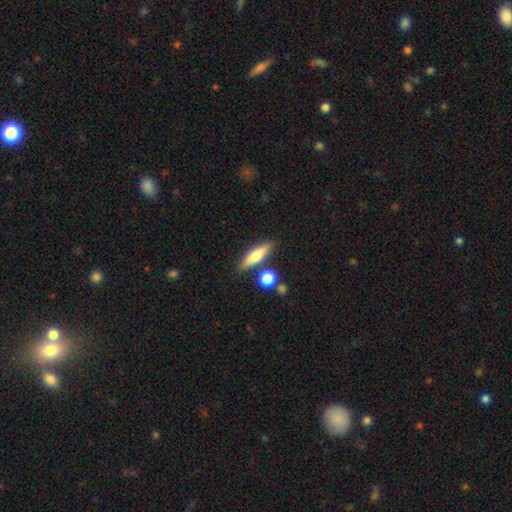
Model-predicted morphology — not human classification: Smooth or featured? Predicted: smooth (p=0.62). How rounded? Predicted: cigar-shaped (p=0.66). Merging? Predicted: none (p=0.80).